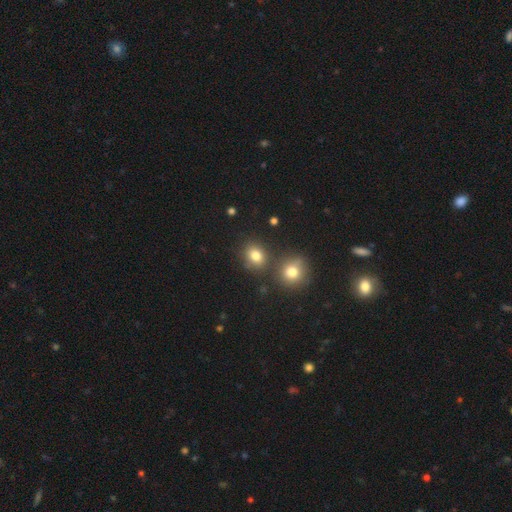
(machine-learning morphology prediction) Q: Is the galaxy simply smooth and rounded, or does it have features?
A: smooth — 78%.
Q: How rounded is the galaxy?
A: round — 64%.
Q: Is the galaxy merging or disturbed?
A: none — 71%.